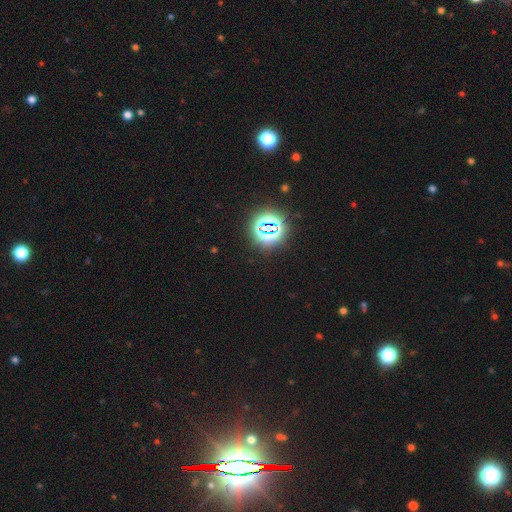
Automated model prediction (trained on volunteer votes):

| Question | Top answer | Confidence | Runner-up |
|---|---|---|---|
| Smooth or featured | star or artifact | 79% | smooth (14%) |